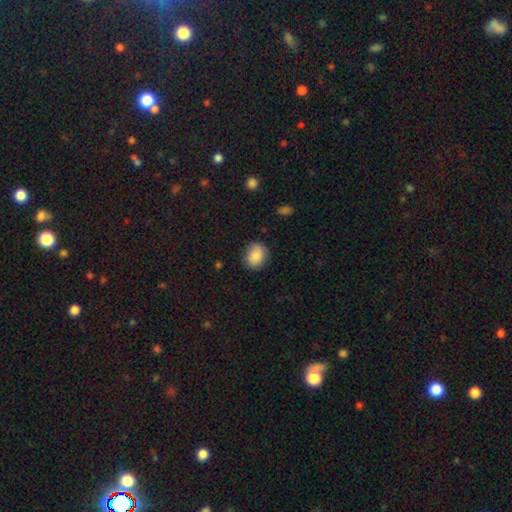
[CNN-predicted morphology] Overall: smooth (86%). How rounded: round (51%; in between 48%). Merging: none (79%).